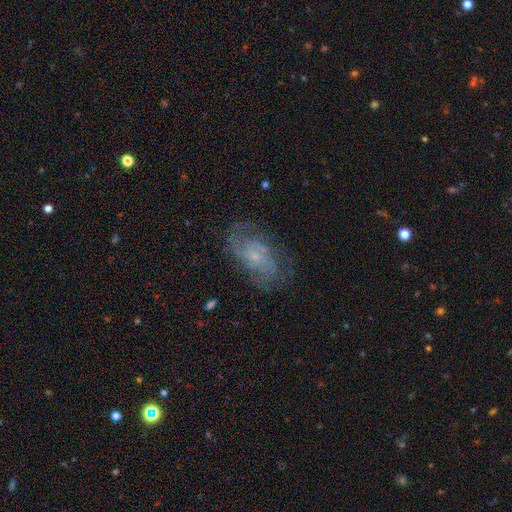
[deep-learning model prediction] Overall: featured or disk (78%). Edge-on disk: no (96%). Bar: no (67%; weak 29%). Spiral arms: yes (92%). Spiral arm count: 2 (47%; can't tell 27%). Spiral winding: medium (44%; tight 38%). Bulge size: small (71%). Merging: none (69%).